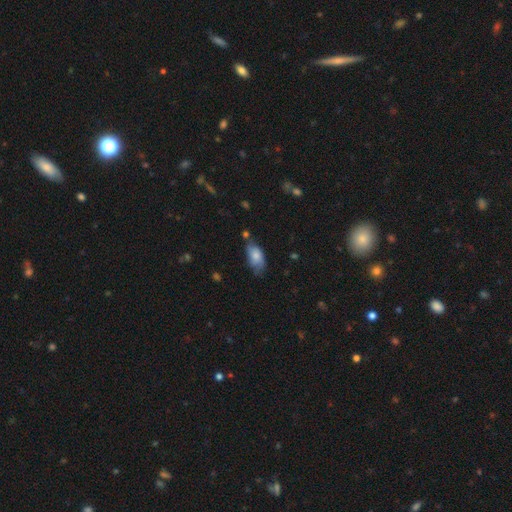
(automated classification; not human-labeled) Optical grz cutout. It shows a smooth galaxy with no disk features (75%) that is in between round and cigar-shaped (90%). Merging: none (50%).